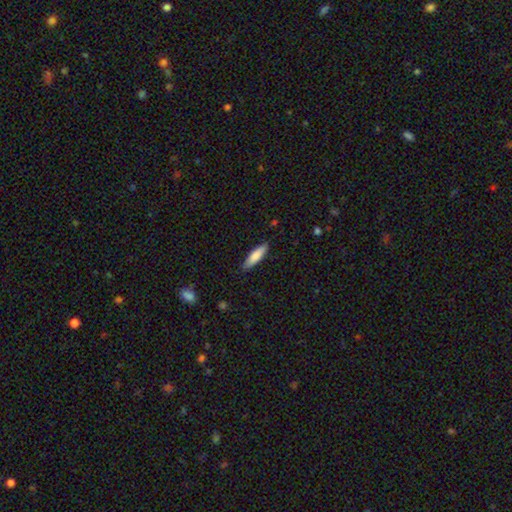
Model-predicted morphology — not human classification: The model was most divided on "how rounded": cigar-shaped: 66%, in between: 33%, round: 1%. More confident: merging — none (86%); smooth or featured — smooth (80%).